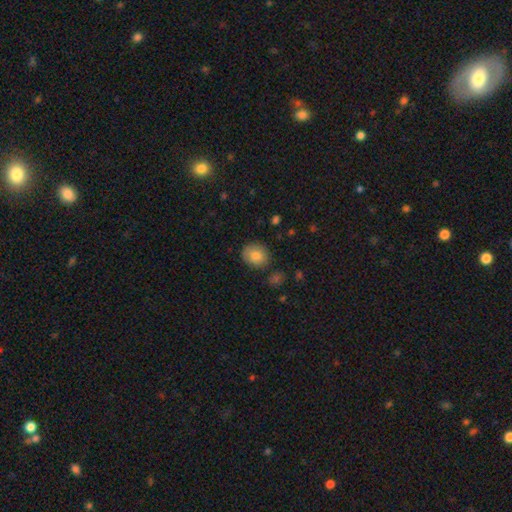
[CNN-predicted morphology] The model was most divided on "how rounded": round: 66%, in between: 33%, cigar-shaped: 1%. More confident: smooth or featured — smooth (83%); merging — none (81%).